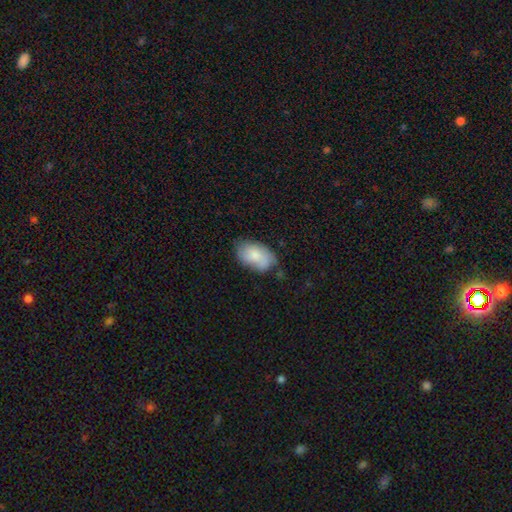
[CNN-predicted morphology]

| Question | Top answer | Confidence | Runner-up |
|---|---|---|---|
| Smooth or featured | smooth | 78% | featured or disk (16%) |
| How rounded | in between | 92% | round (6%) |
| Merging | none | 53% | minor disturbance (33%) |